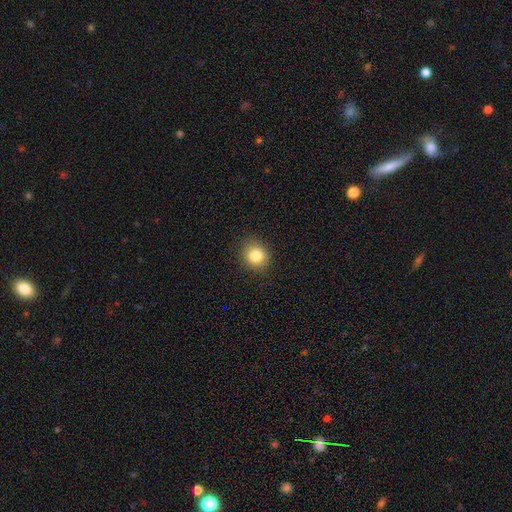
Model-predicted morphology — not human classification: smooth-or-featured: smooth: 83% | star or artifact: 10% | featured or disk: 6%
  how-rounded: round: 76% | in between: 23% | cigar-shaped: 1%
  merging: none: 88% | minor disturbance: 8% | major disturbance: 2% | merger: 1%